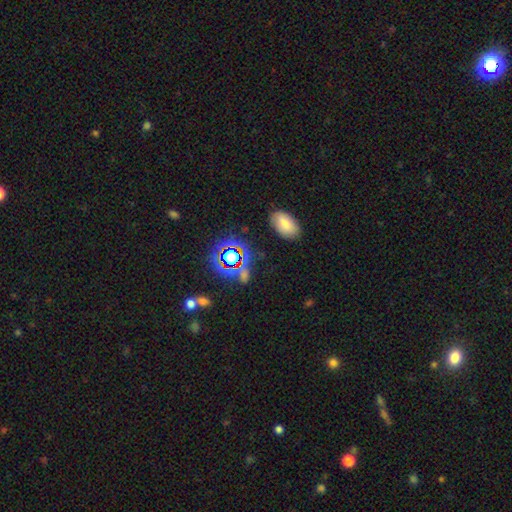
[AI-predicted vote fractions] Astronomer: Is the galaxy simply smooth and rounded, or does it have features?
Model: star or artifact — 48% (runner-up: smooth, 40%).